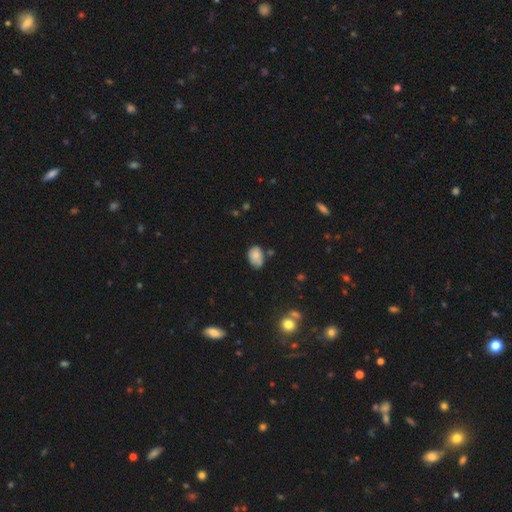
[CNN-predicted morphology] type=smooth (77%); roundness=in between (81%); merging=none (47%).